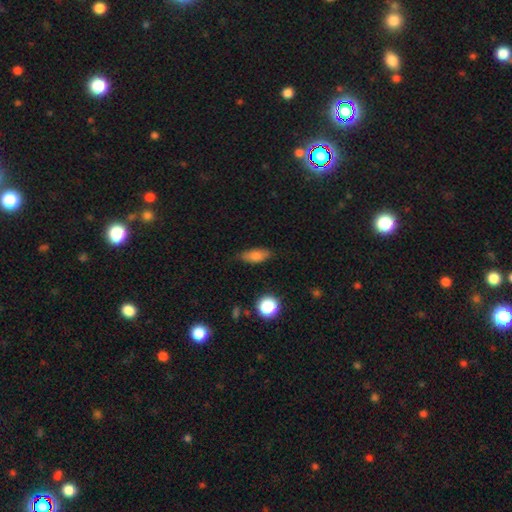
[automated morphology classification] This appears to be a smooth galaxy with no disk features (78%) that is in between round and cigar-shaped (76%). Merging: none (78%).